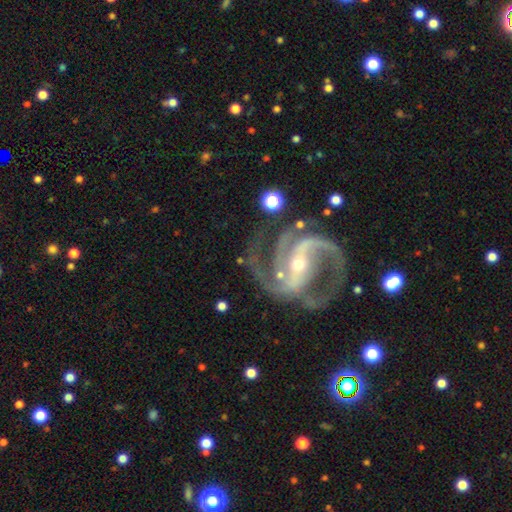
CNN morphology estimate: Overall: featured or disk (93%). Edge-on disk: no (98%). Bar: strong (59%; weak 26%). Spiral arms: yes (99%). Spiral arm count: 2 (58%; 3 24%). Spiral winding: medium (60%; tight 24%). Bulge size: small (67%; moderate 30%). Merging: none (68%).